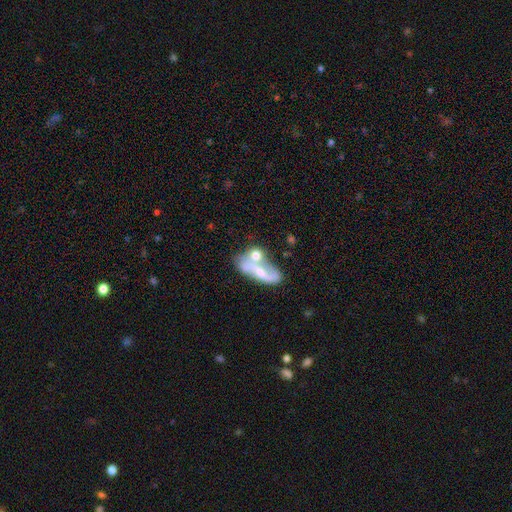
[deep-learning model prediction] Morphology: type=featured or disk (61%); edge-on=no (88%); bar=no (56%); spiral arms=yes (54%); bulge=moderate (44%); merging=merger (41%).